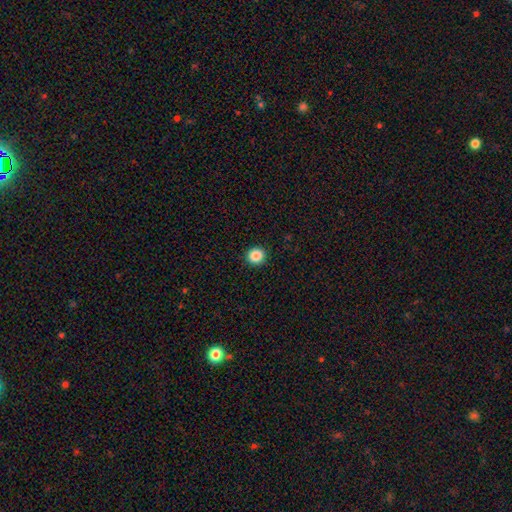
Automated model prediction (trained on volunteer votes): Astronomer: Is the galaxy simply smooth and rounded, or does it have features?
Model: smooth — 87%.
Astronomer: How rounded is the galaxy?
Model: round — 92%.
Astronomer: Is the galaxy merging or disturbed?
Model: none — 93%.